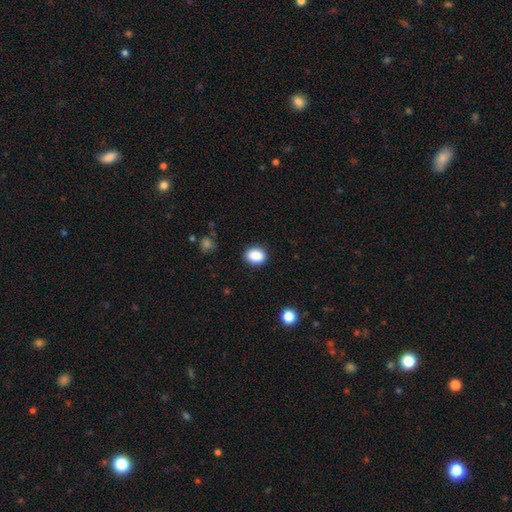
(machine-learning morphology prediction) This appears to be a smooth galaxy with no disk features (88%) that is in between round and cigar-shaped (53%). Merging: none (89%).